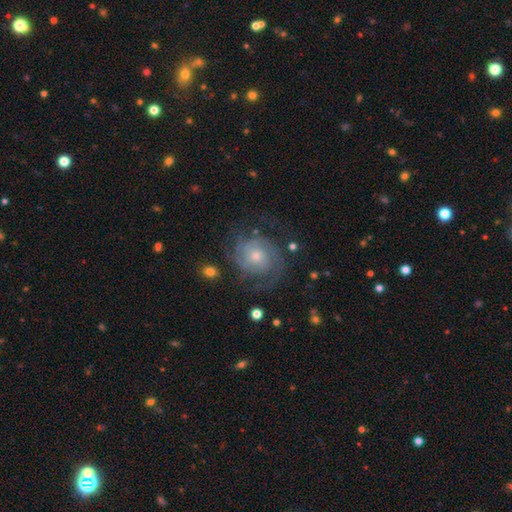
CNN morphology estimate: type=featured or disk (81%); edge-on=no (98%); bar=no (75%); spiral arms=yes (95%); winding=tight (60%); arm count=2 (51%); bulge=moderate (48%); merging=none (71%).